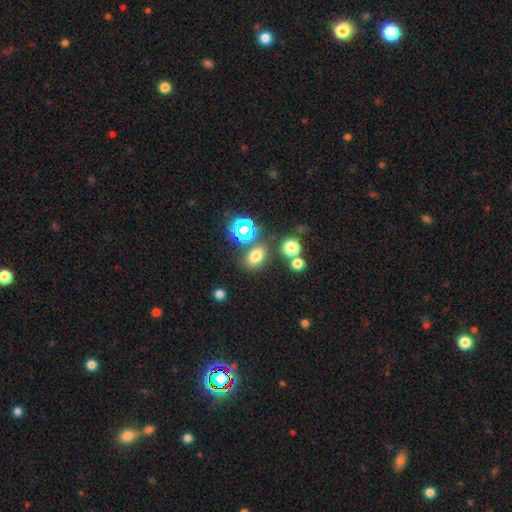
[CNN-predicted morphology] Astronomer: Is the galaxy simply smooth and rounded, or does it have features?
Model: smooth — 71%.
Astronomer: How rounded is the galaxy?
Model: in between — 65%.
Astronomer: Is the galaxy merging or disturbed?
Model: none — 72%.